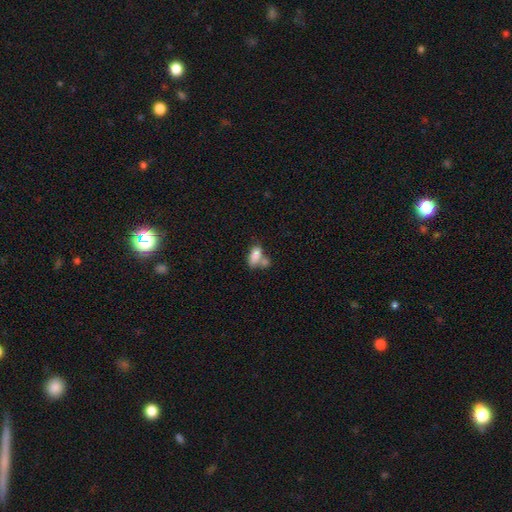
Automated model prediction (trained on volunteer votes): Q: Smooth or featured?
A: smooth (81%); runner-up: featured or disk (11%)
Q: How rounded?
A: in between (88%); runner-up: cigar-shaped (7%)
Q: Merging?
A: merger (52%); runner-up: none (30%)